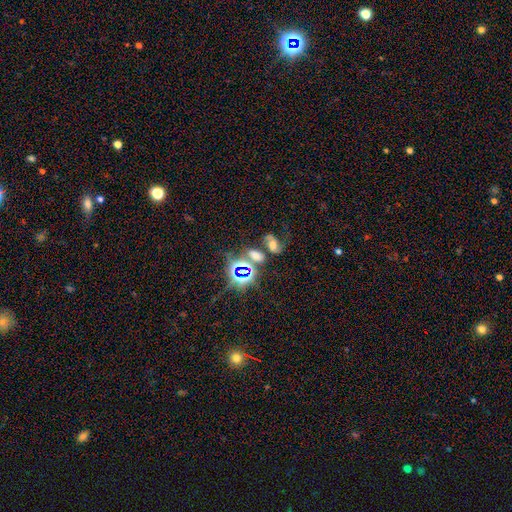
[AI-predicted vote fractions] smooth-or-featured: star or artifact: 41% | featured or disk: 30% | smooth: 28%